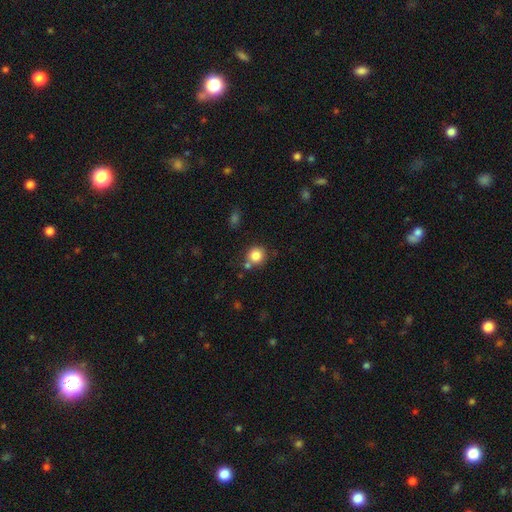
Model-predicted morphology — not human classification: smooth-or-featured: smooth: 83% | star or artifact: 10% | featured or disk: 6%
  how-rounded: round: 90% | in between: 9% | cigar-shaped: 1%
  merging: none: 73% | merger: 14% | minor disturbance: 10% | major disturbance: 3%